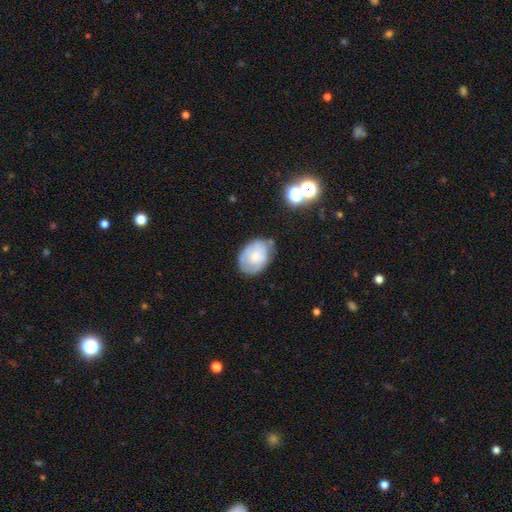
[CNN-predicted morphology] Q: Smooth or featured?
A: smooth (62%); runner-up: featured or disk (30%)
Q: How rounded?
A: in between (73%); runner-up: round (26%)
Q: Merging?
A: none (58%); runner-up: minor disturbance (30%)